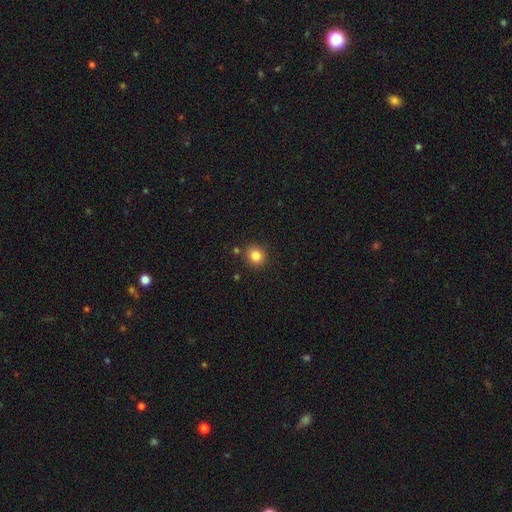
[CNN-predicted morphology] The model was most divided on "how rounded": round: 78%, in between: 21%, cigar-shaped: 1%. More confident: merging — none (85%); smooth or featured — smooth (84%).